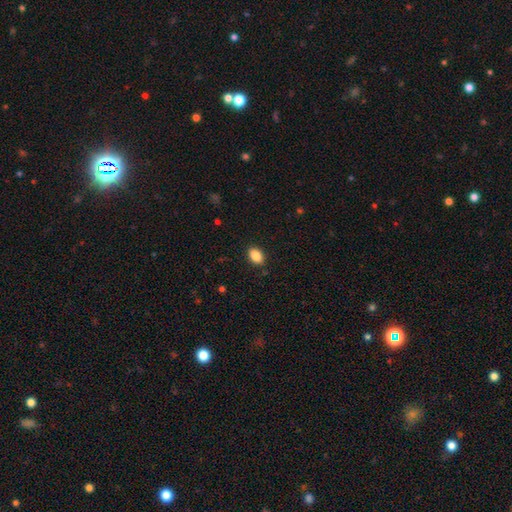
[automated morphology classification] A smooth galaxy with no disk features (88%) that is in between round and cigar-shaped (85%). Merging: none (89%).